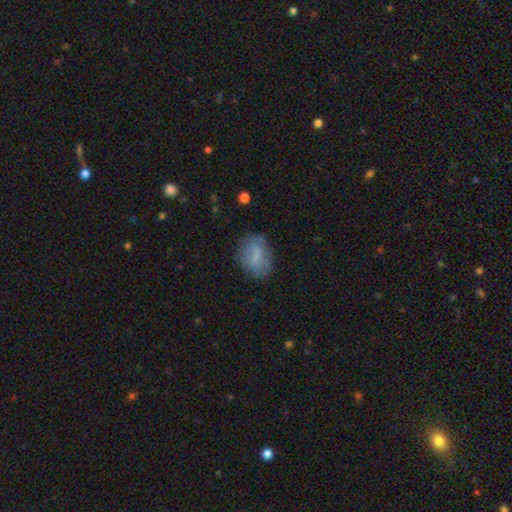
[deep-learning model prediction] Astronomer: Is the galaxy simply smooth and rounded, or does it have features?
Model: smooth — 73%.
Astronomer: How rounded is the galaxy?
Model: in between — 72%.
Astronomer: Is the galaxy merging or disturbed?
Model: none — 72%.